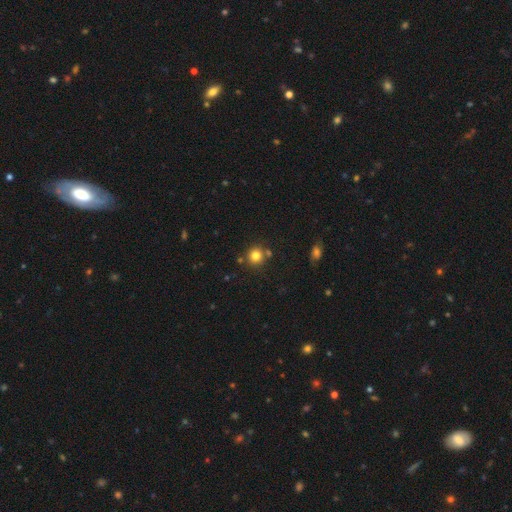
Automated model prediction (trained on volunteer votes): Smooth or featured: smooth — 80% (star or artifact — 14%)
How rounded: round — 92% (in between — 7%)
Merging: none — 77% (merger — 11%)